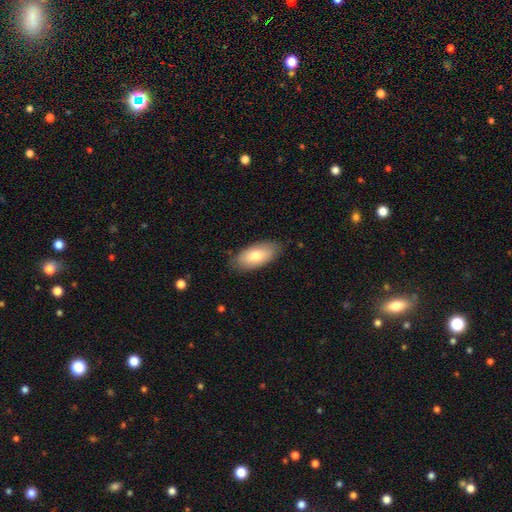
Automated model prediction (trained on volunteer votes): Q: Smooth or featured?
A: smooth (74%); runner-up: featured or disk (20%)
Q: How rounded?
A: in between (90%); runner-up: cigar-shaped (7%)
Q: Merging?
A: none (82%); runner-up: minor disturbance (14%)